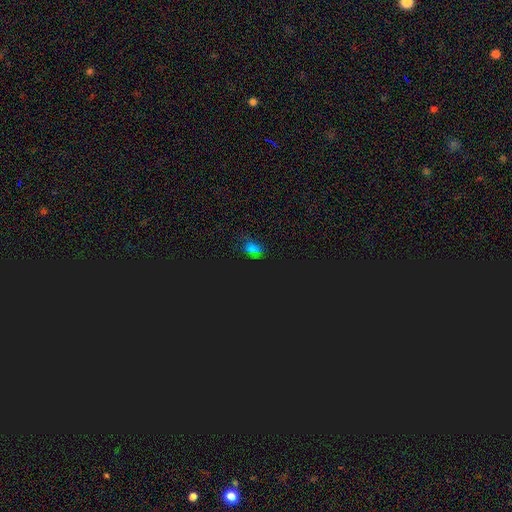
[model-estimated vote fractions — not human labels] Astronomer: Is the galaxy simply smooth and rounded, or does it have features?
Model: star or artifact — 59%.